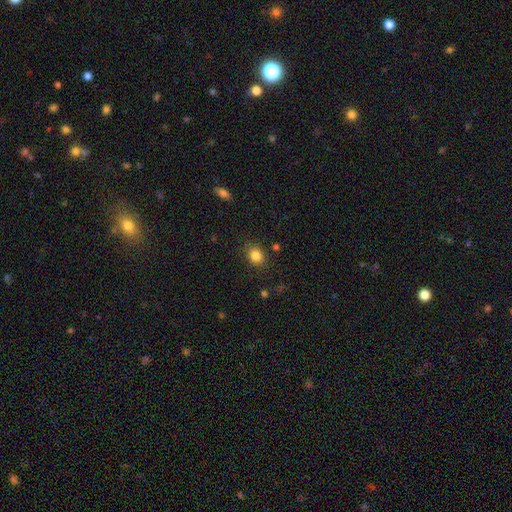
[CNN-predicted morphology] Smooth or featured? smooth (84%)
How rounded? round (50%)
Merging? none (83%)